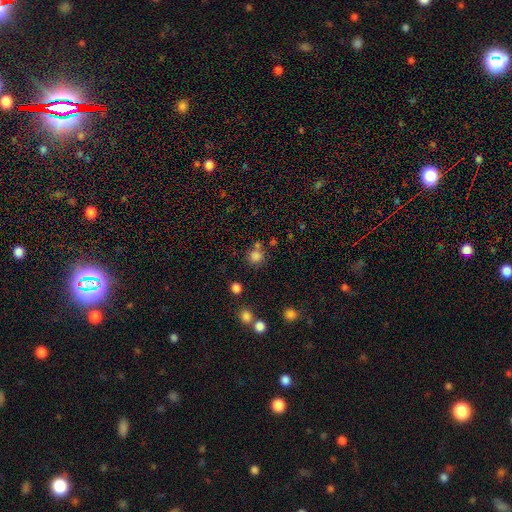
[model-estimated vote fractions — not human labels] Smooth or featured? smooth (80%)
How rounded? round (91%)
Merging? none (70%)